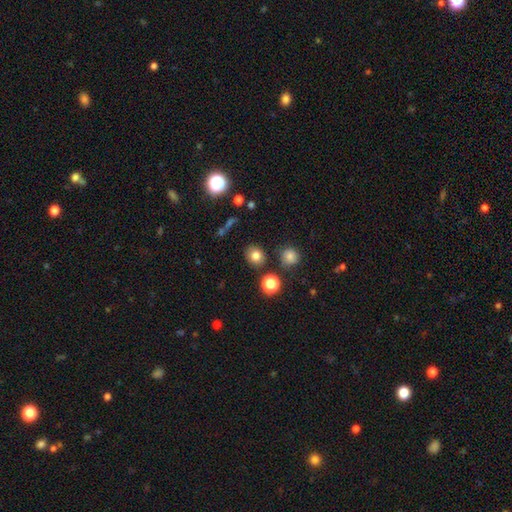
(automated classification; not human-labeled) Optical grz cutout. It shows a smooth galaxy with no disk features (79%) that is round (75%). Merging: none (85%).